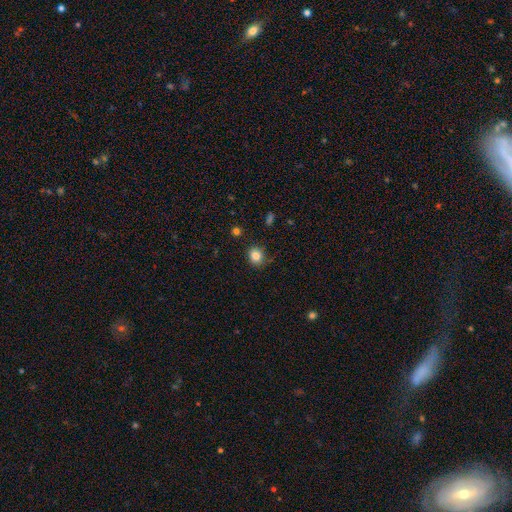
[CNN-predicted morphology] A smooth galaxy with no disk features (83%) that is round (79%).

Vote fractions:
- Smooth or featured? smooth: 83% / star or artifact: 11% / featured or disk: 6%
- How rounded? round: 79% / in between: 20% / cigar-shaped: 1%
- Merging? none: 84% / minor disturbance: 12% / major disturbance: 2% / merger: 2%